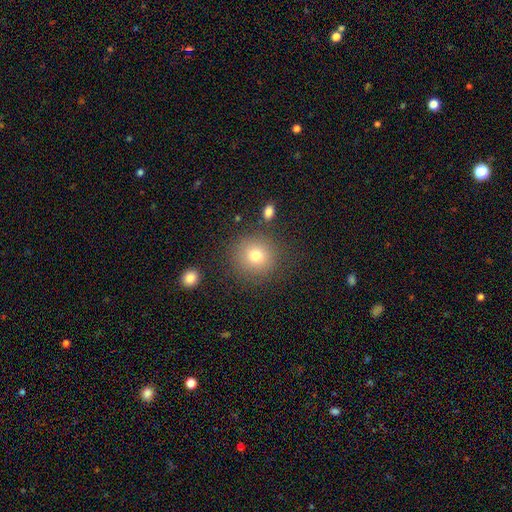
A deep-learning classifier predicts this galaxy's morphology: This appears to be a smooth galaxy with no disk features (77%) that is round (90%). Merging: none (84%).